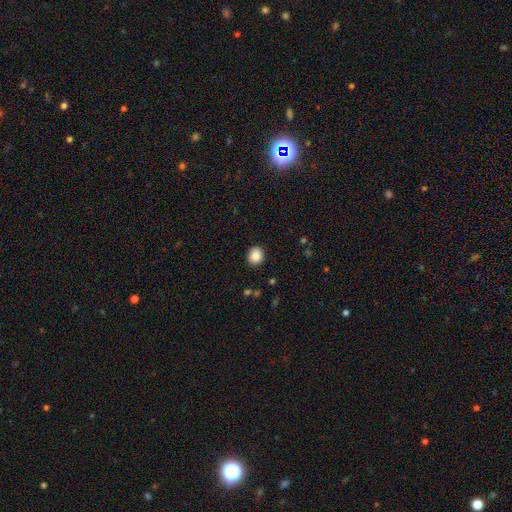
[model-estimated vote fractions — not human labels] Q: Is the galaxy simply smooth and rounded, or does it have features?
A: smooth — 88%.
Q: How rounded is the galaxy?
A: round — 71%.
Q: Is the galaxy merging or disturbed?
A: none — 89%.